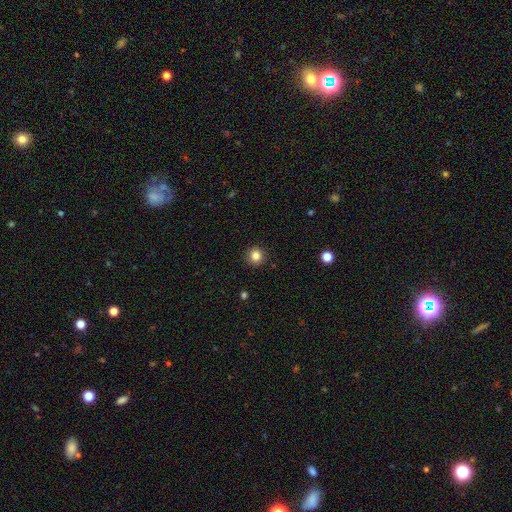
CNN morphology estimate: Smooth or featured? smooth (84%)
How rounded? round (94%)
Merging? none (92%)